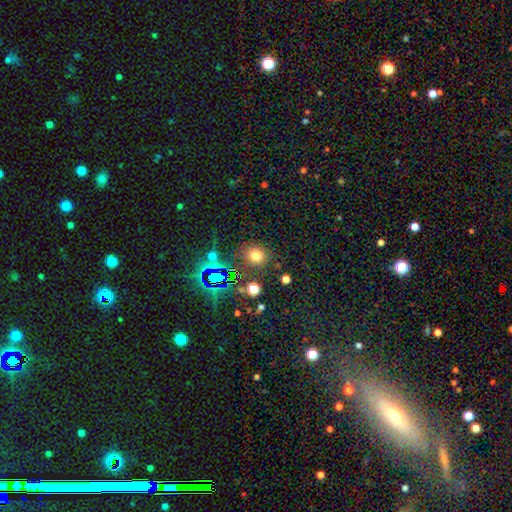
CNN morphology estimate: Q: Smooth or featured?
A: smooth (69%); runner-up: star or artifact (23%)
Q: How rounded?
A: round (77%); runner-up: in between (22%)
Q: Merging?
A: none (82%); runner-up: minor disturbance (10%)